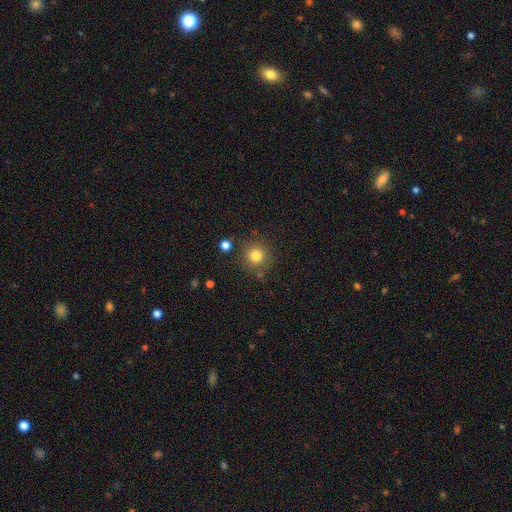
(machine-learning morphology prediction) Smooth or featured? smooth (81%)
How rounded? round (93%)
Merging? none (82%)